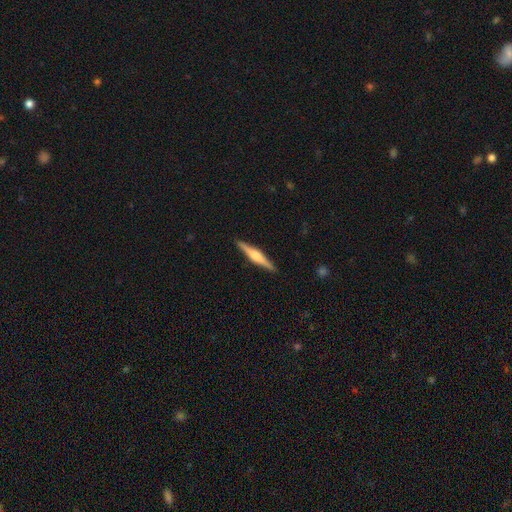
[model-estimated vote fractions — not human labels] This appears to be a featured or disk galaxy (68%) viewed edge-on (98%) with a rounded central bulge (74%). Merging: none (91%).